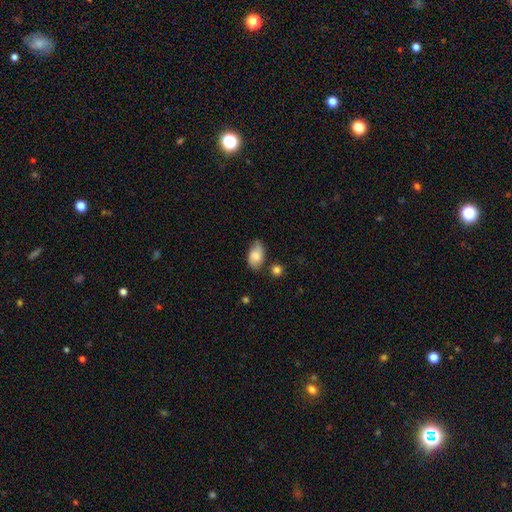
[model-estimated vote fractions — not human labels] Morphology: type=smooth (73%); roundness=in between (90%); merging=none (63%).